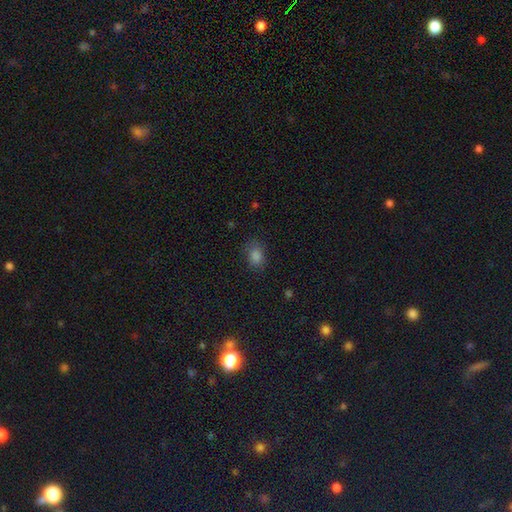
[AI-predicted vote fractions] Overall: smooth (78%). How rounded: in between (68%; round 31%). Merging: none (77%).